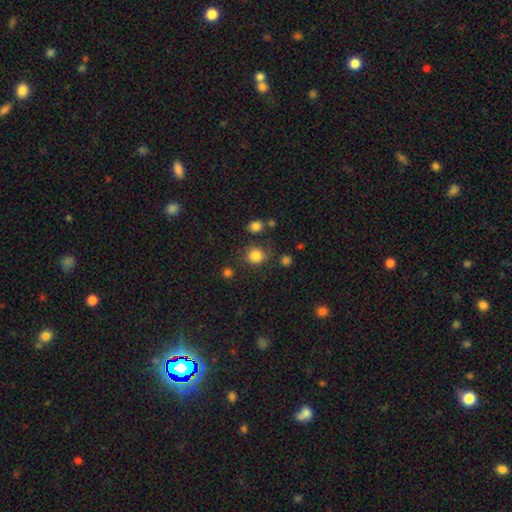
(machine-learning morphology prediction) A smooth galaxy with no disk features (83%) that is round (86%). Merging: none (76%).